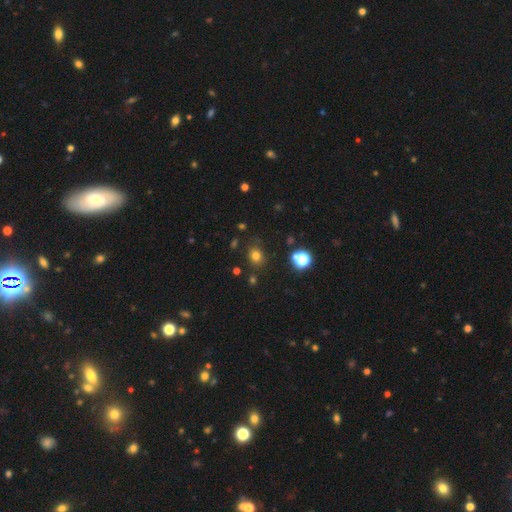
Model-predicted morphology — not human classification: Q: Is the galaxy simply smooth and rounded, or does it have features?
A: smooth — 75%.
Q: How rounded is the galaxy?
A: round — 61%.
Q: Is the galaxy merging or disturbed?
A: none — 79%.